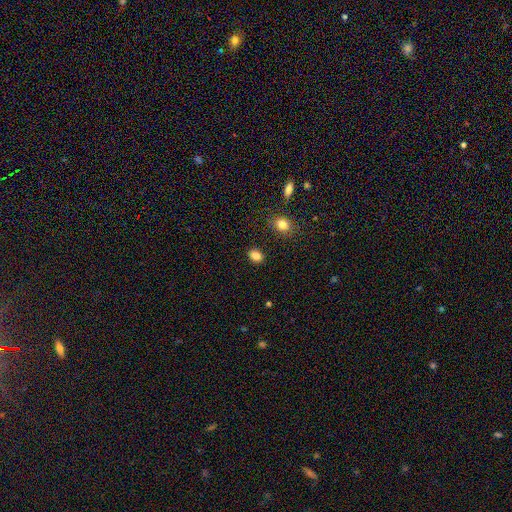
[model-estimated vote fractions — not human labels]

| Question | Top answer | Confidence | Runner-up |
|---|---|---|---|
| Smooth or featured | smooth | 86% | star or artifact (10%) |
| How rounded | in between | 68% | round (31%) |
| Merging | none | 88% | minor disturbance (8%) |